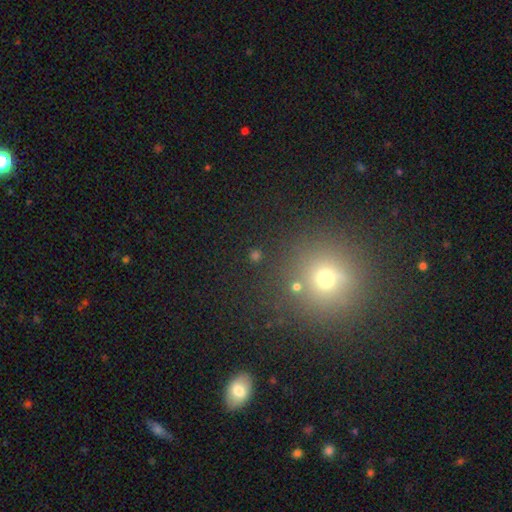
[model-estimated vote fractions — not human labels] Smooth or featured? smooth (58%)
How rounded? round (90%)
Merging? none (84%)